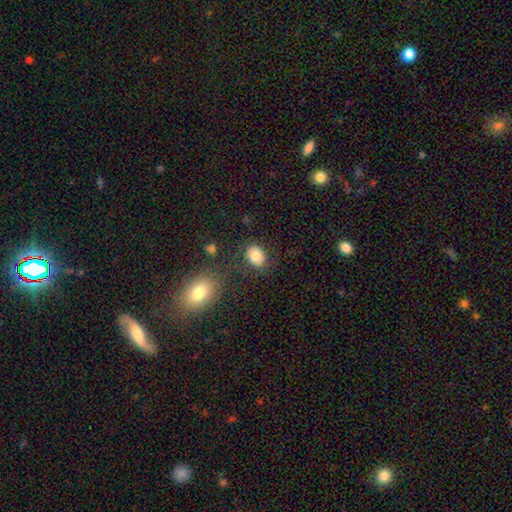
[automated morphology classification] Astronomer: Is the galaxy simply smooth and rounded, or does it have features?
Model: smooth — 80%.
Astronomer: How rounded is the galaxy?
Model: in between — 52% (runner-up: round, 48%).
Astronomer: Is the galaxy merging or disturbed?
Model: none — 78%.